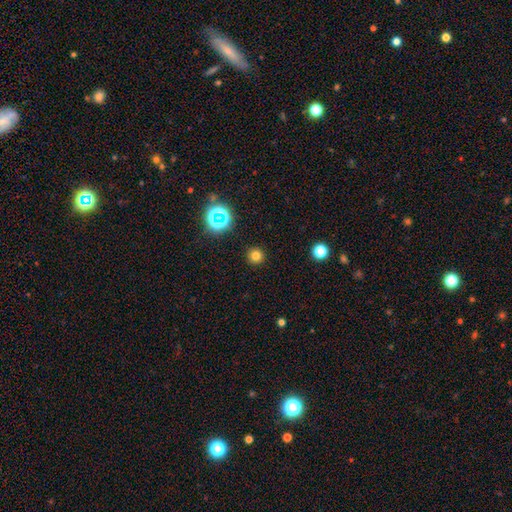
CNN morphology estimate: Smooth or featured?
  - smooth: 75% *
  - star or artifact: 20%
  - featured or disk: 6%
How rounded?
  - round: 96% *
  - in between: 3%
  - cigar-shaped: 1%
Merging?
  - none: 92% *
  - minor disturbance: 5%
  - major disturbance: 2%
  - merger: 1%